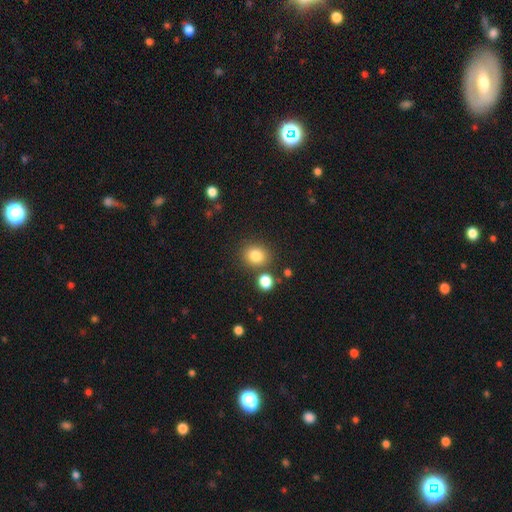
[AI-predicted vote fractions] A smooth galaxy with no disk features (83%) that is round (74%). Merging: none (78%).